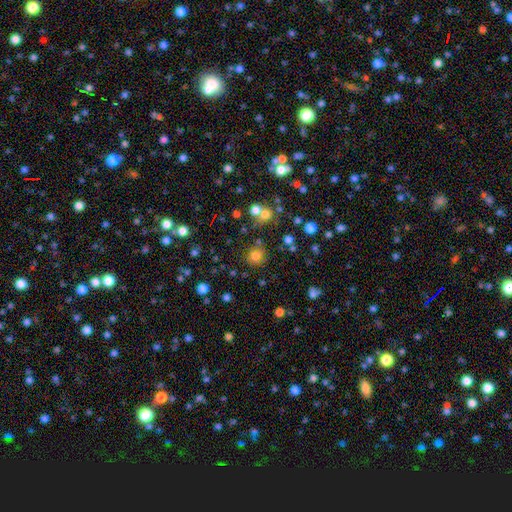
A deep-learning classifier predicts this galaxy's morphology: Smooth or featured: smooth — 77% (star or artifact — 16%)
How rounded: round — 91% (in between — 8%)
Merging: none — 81% (minor disturbance — 9%)